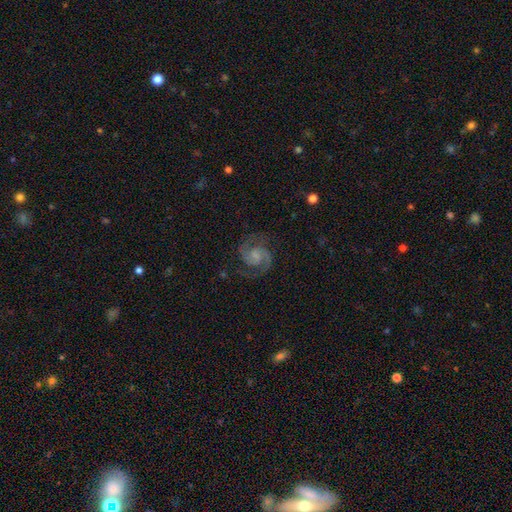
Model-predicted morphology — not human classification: Q: Smooth or featured?
A: featured or disk (90%); runner-up: star or artifact (5%)
Q: Edge-on disk?
A: no (98%); runner-up: yes (2%)
Q: Bar?
A: no (54%); runner-up: weak (38%)
Q: Spiral arms?
A: yes (98%); runner-up: no (2%)
Q: Spiral winding?
A: medium (60%); runner-up: tight (27%)
Q: Spiral arm count?
A: 2 (93%); runner-up: can't tell (2%)
Q: Bulge size?
A: none (43%); runner-up: small (31%)
Q: Merging?
A: none (80%); runner-up: minor disturbance (13%)